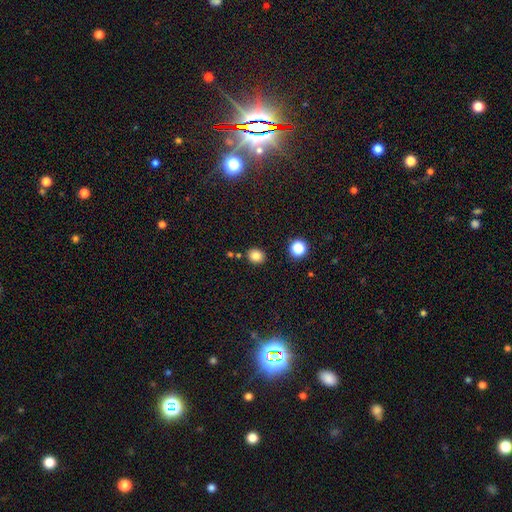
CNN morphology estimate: Overall: smooth (82%). How rounded: round (68%; in between 31%). Merging: none (85%).